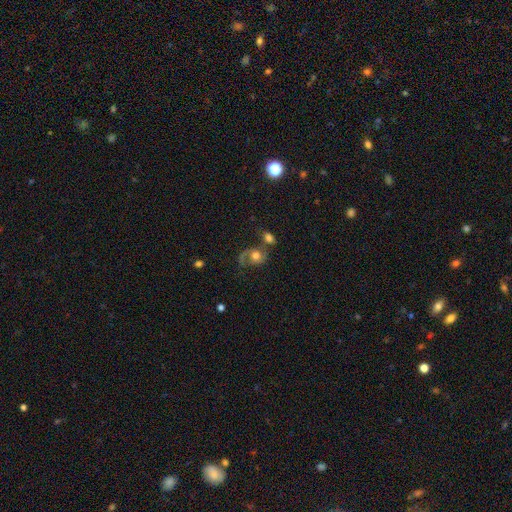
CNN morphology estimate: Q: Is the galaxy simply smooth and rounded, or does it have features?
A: featured or disk — 56%.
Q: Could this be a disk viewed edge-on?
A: no — 97%.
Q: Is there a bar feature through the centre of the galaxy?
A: no — 80%.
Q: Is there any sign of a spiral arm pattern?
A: yes — 80%.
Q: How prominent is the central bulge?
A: moderate — 59%.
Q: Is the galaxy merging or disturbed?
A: none — 38%.